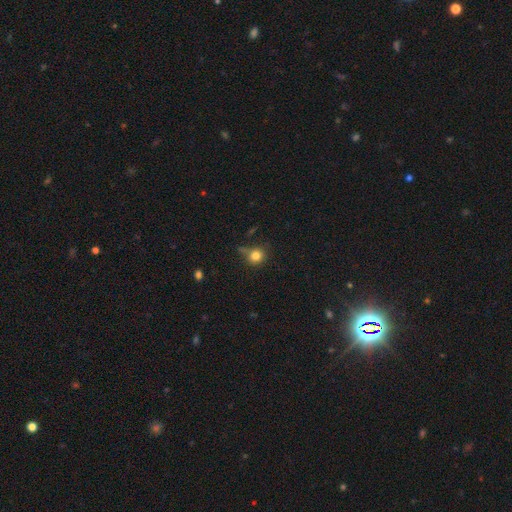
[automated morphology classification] smooth-or-featured: smooth: 82% | star or artifact: 12% | featured or disk: 6%
  how-rounded: round: 85% | in between: 14% | cigar-shaped: 1%
  merging: none: 68% | minor disturbance: 18% | merger: 8% | major disturbance: 6%